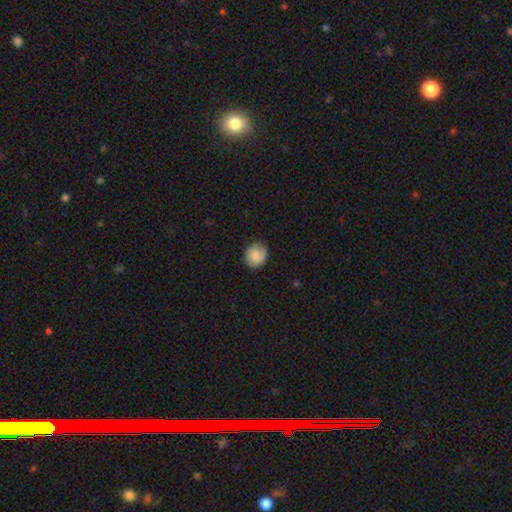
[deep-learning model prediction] This is clearly a smooth galaxy (82%). How rounded: likely round (76%). Merging: clearly none (83%).